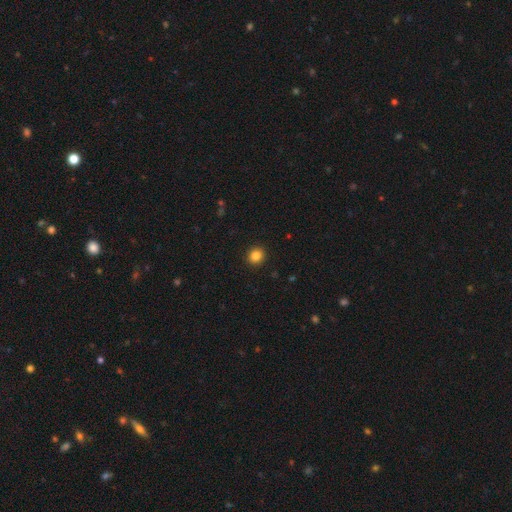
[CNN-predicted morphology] This is clearly a smooth galaxy (85%). How rounded: clearly round (87%). Merging: clearly none (93%).